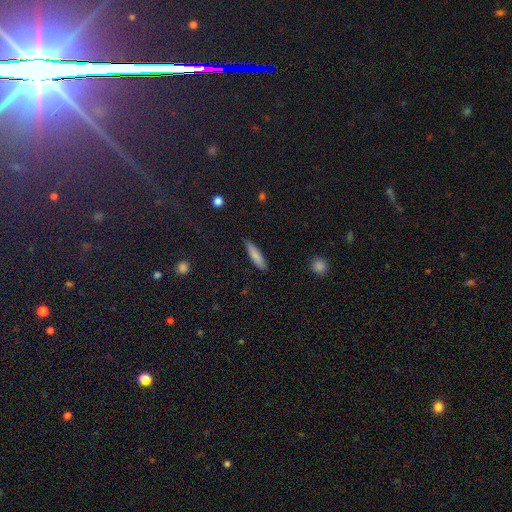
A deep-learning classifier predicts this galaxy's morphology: Overall: smooth (82%). How rounded: cigar-shaped (80%). Merging: none (79%).